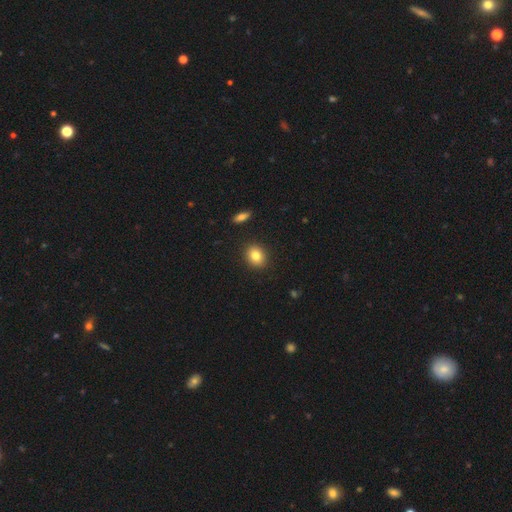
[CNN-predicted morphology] smooth_or_featured: smooth (p=0.83) [alt: star or artifact p=0.09]
how_rounded: round (p=0.58) [alt: in between p=0.41]
merging: none (p=0.91) [alt: minor disturbance p=0.06]